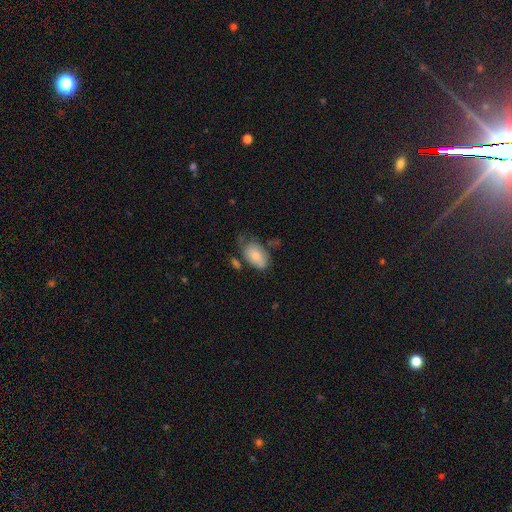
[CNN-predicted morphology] smooth_or_featured: smooth (p=0.75) [alt: featured or disk p=0.19]
how_rounded: in between (p=0.92) [alt: round p=0.06]
merging: none (p=0.44) [alt: minor disturbance p=0.32]